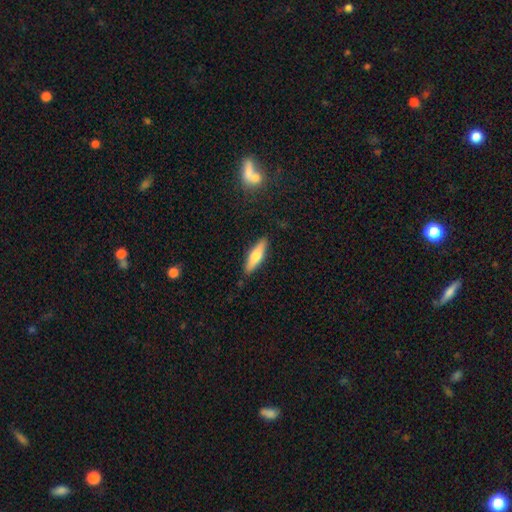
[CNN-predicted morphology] A smooth galaxy with no disk features (58%) that is cigar-shaped (68%).

Vote fractions:
- Smooth or featured? smooth: 58% / featured or disk: 36% / star or artifact: 6%
- How rounded? cigar-shaped: 68% / in between: 31% / round: 2%
- Merging? none: 88% / minor disturbance: 9% / major disturbance: 2% / merger: 1%